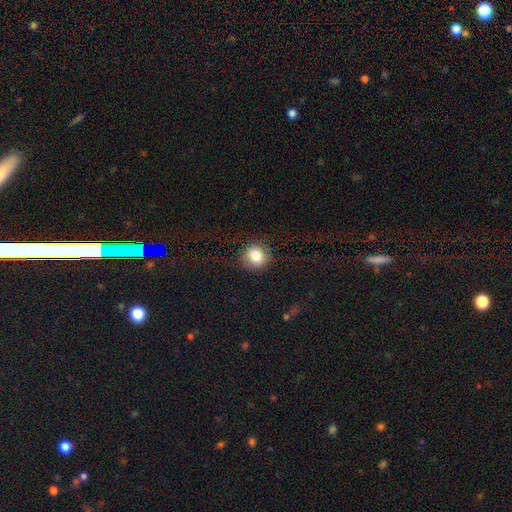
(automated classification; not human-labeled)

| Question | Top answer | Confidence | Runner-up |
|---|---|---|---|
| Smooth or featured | smooth | 81% | star or artifact (10%) |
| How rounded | round | 71% | in between (28%) |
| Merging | none | 80% | minor disturbance (14%) |